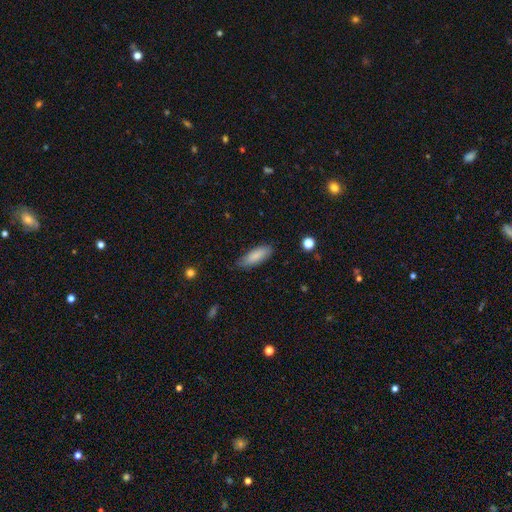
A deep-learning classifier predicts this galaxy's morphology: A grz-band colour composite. It shows a smooth galaxy with no disk features (83%) that is in between round and cigar-shaped (64%). Merging: none (77%).